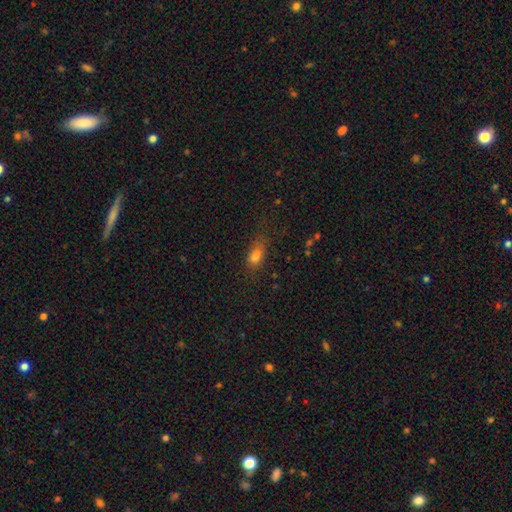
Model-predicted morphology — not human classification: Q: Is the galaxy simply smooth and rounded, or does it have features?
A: smooth — 74%.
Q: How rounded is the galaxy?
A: in between — 73%.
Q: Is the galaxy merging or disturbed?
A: none — 58%.